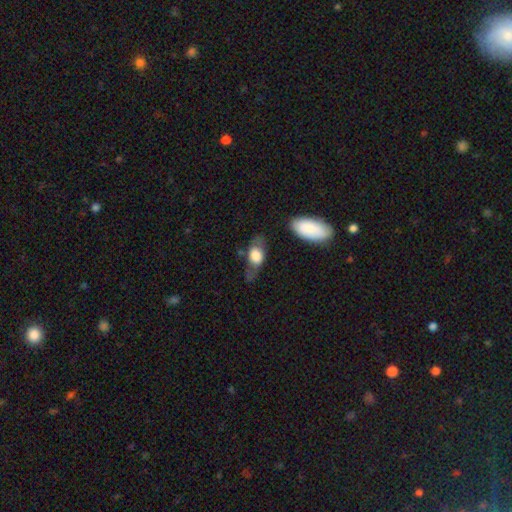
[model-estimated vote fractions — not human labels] smooth-or-featured: smooth: 66% | featured or disk: 27% | star or artifact: 7%
  how-rounded: in between: 81% | round: 11% | cigar-shaped: 8%
  merging: none: 50% | minor disturbance: 26% | major disturbance: 16% | merger: 8%